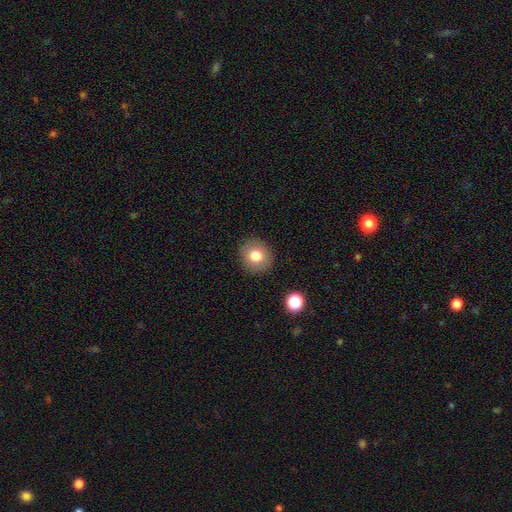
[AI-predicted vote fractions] A smooth galaxy with no disk features (78%) that is round (88%).

Vote fractions:
- Smooth or featured? smooth: 78% / featured or disk: 12% / star or artifact: 10%
- How rounded? round: 88% / in between: 11% / cigar-shaped: 1%
- Merging? none: 89% / minor disturbance: 7% / major disturbance: 2% / merger: 1%